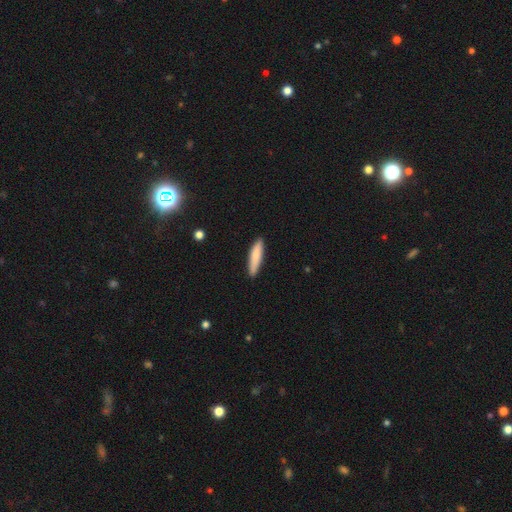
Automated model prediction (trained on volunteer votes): Smooth or featured?
  - smooth: 82% *
  - featured or disk: 13%
  - star or artifact: 5%
How rounded?
  - cigar-shaped: 81% *
  - in between: 18%
  - round: 1%
Merging?
  - none: 88% *
  - minor disturbance: 9%
  - major disturbance: 2%
  - merger: 1%